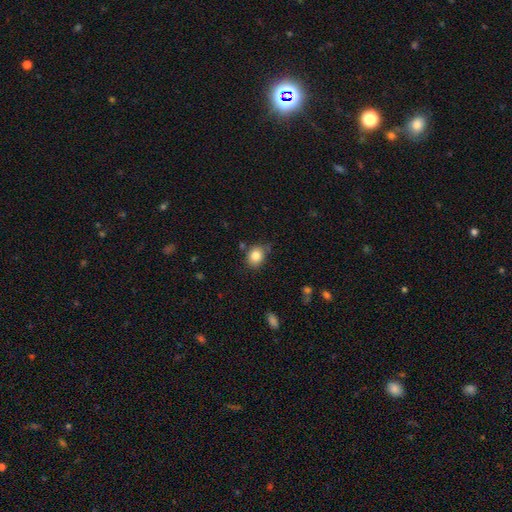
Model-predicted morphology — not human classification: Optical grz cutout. It shows a smooth galaxy with no disk features (83%) that is round (51%). Merging: none (75%).